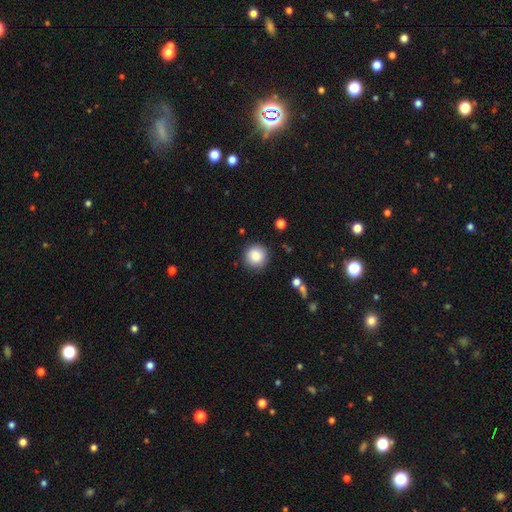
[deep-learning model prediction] Q: Smooth or featured?
A: smooth (86%); runner-up: star or artifact (9%)
Q: How rounded?
A: round (93%); runner-up: in between (6%)
Q: Merging?
A: none (87%); runner-up: minor disturbance (9%)